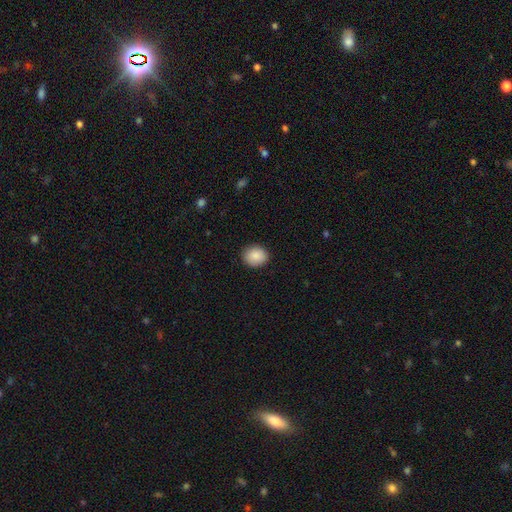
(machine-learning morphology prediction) Overall: smooth (88%). How rounded: round (67%; in between 32%). Merging: none (89%).